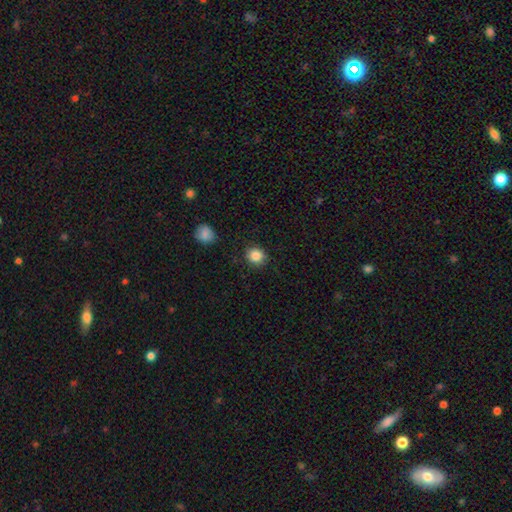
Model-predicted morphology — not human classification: smooth 86%, star or artifact 10%, featured or disk 5%. Down the decision tree: how rounded — round (78%); merging — none (87%).